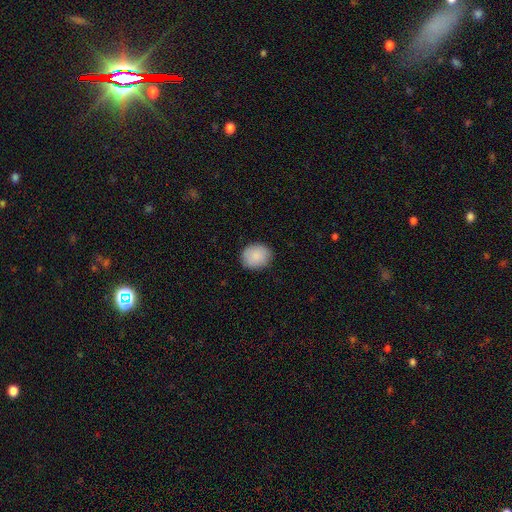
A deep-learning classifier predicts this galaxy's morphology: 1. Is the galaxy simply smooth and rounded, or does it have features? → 88% smooth, 6% star or artifact, 5% featured or disk.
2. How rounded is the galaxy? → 70% round, 29% in between, 1% cigar-shaped.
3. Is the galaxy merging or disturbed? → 87% none, 10% minor disturbance, 2% major disturbance, 1% merger.